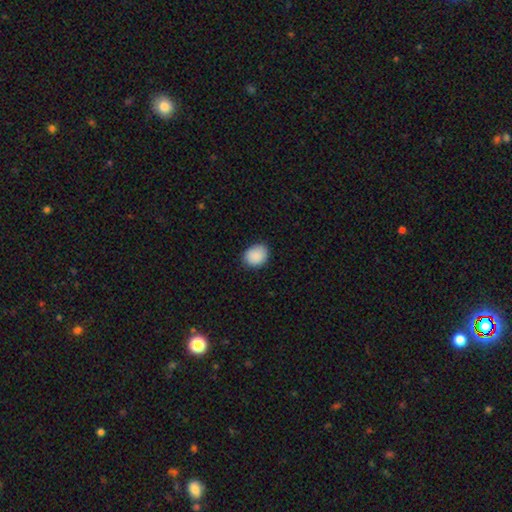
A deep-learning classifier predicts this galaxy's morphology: Smooth or featured?
  - smooth: 89% *
  - star or artifact: 7%
  - featured or disk: 3%
How rounded?
  - round: 55% *
  - in between: 44%
  - cigar-shaped: 1%
Merging?
  - none: 83% *
  - minor disturbance: 14%
  - major disturbance: 2%
  - merger: 1%